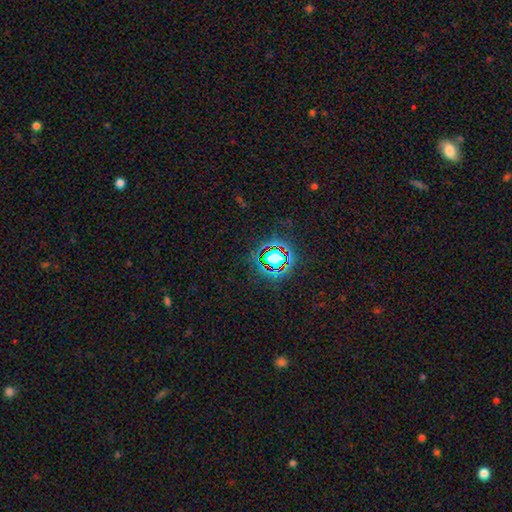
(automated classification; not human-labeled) A star or artifact, not a galaxy (80%).

Vote fractions:
- Smooth or featured? star or artifact: 80% / smooth: 12% / featured or disk: 8%